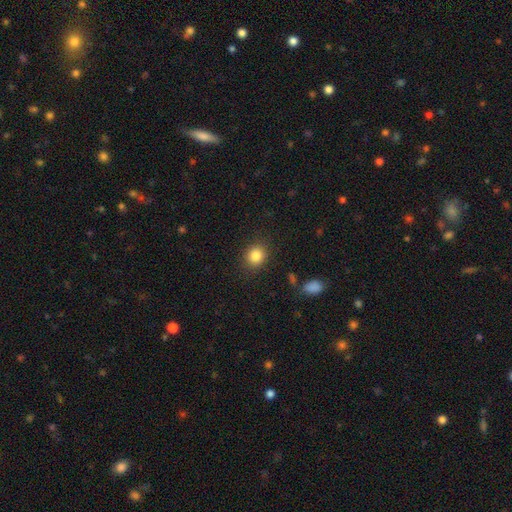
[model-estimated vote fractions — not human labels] smooth 85%, star or artifact 10%, featured or disk 5%. Down the decision tree: how rounded — round (80%); merging — none (87%).